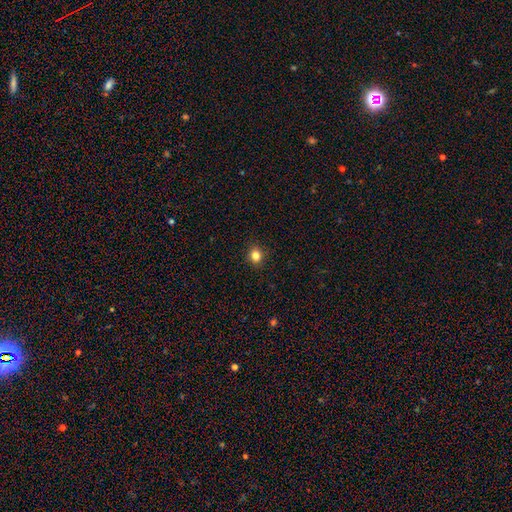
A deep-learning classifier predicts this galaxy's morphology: Overall: smooth (84%). How rounded: round (74%). Merging: none (91%).